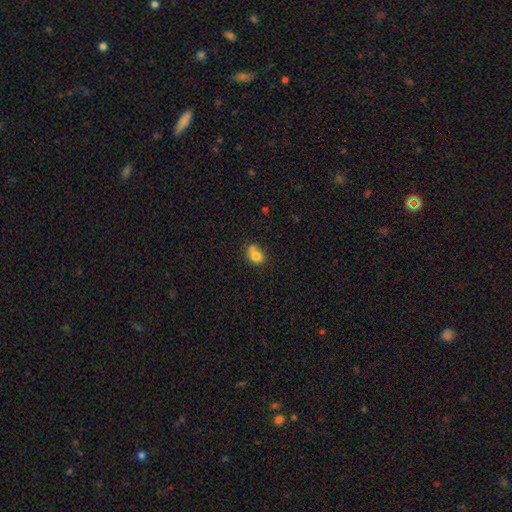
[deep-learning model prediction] Smooth or featured?
  - smooth: 77% *
  - featured or disk: 13%
  - star or artifact: 11%
How rounded?
  - round: 51% *
  - in between: 48%
  - cigar-shaped: 1%
Merging?
  - none: 41% *
  - merger: 40%
  - minor disturbance: 15%
  - major disturbance: 5%